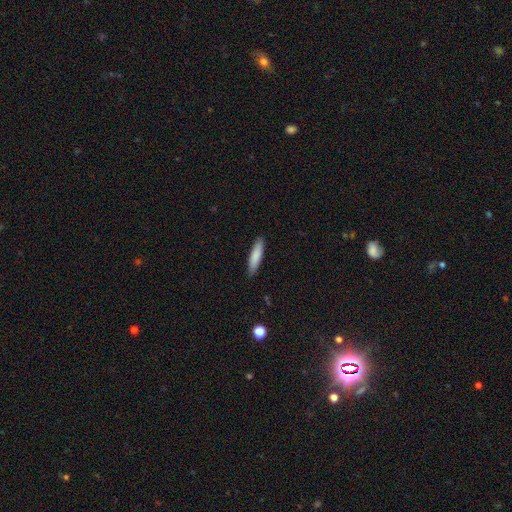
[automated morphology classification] The model was most divided on "how rounded": cigar-shaped: 80%, in between: 19%, round: 1%. More confident: merging — none (89%); smooth or featured — smooth (84%).